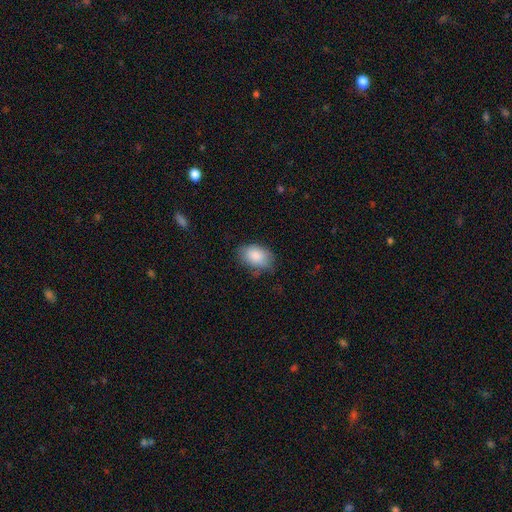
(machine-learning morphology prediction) Overall: smooth (86%). How rounded: in between (88%). Merging: none (69%).